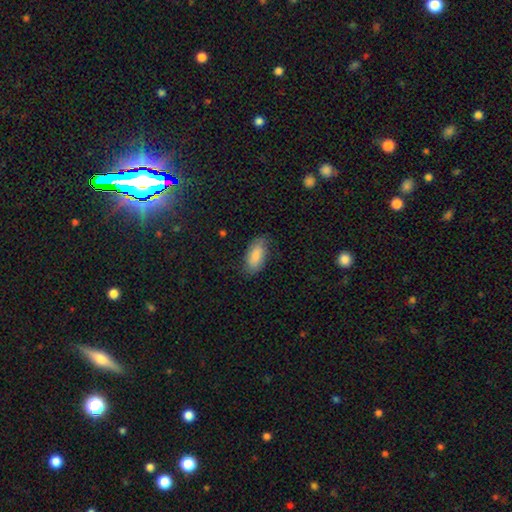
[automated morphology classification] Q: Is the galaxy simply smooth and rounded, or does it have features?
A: smooth — 83%.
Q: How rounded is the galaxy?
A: in between — 91%.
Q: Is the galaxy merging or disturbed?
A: none — 75%.